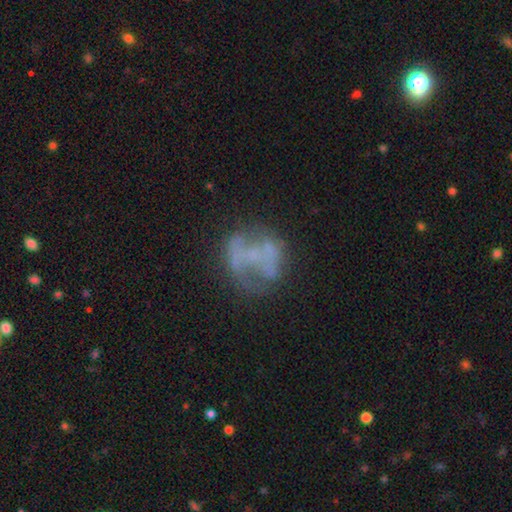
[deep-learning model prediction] Q: Smooth or featured?
A: featured or disk (55%); runner-up: smooth (25%)
Q: Edge-on disk?
A: no (97%); runner-up: yes (3%)
Q: Bar?
A: no (87%); runner-up: weak (8%)
Q: Spiral arms?
A: no (87%); runner-up: yes (13%)
Q: Bulge size?
A: none (79%); runner-up: small (14%)
Q: Merging?
A: none (57%); runner-up: major disturbance (18%)